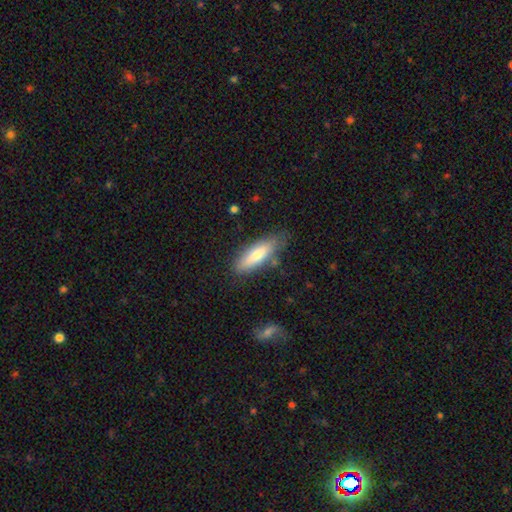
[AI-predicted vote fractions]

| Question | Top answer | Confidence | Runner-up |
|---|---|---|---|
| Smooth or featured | smooth | 71% | featured or disk (23%) |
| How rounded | cigar-shaped | 52% | in between (46%) |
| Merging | none | 74% | minor disturbance (18%) |